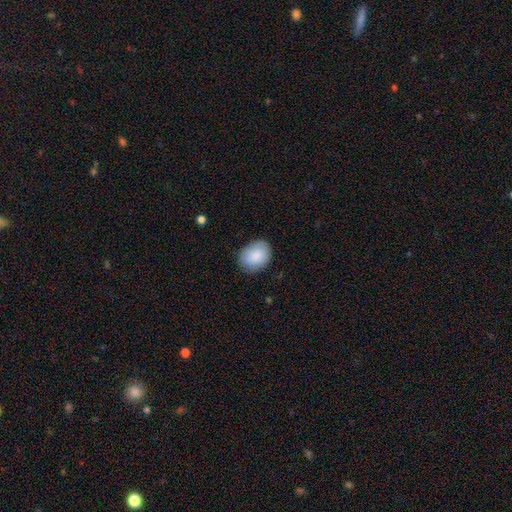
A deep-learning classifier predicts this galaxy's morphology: The model was most divided on "how rounded": in between: 62%, round: 37%, cigar-shaped: 1%. More confident: smooth or featured — smooth (87%); merging — none (81%).